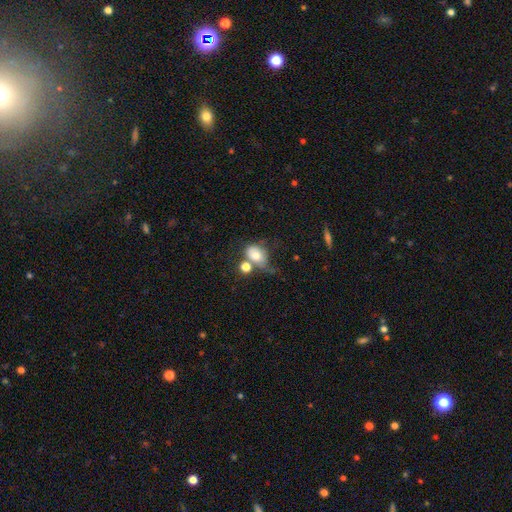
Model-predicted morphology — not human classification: Q: Smooth or featured?
A: smooth (72%); runner-up: featured or disk (18%)
Q: How rounded?
A: in between (67%); runner-up: round (32%)
Q: Merging?
A: merger (34%); runner-up: none (28%)